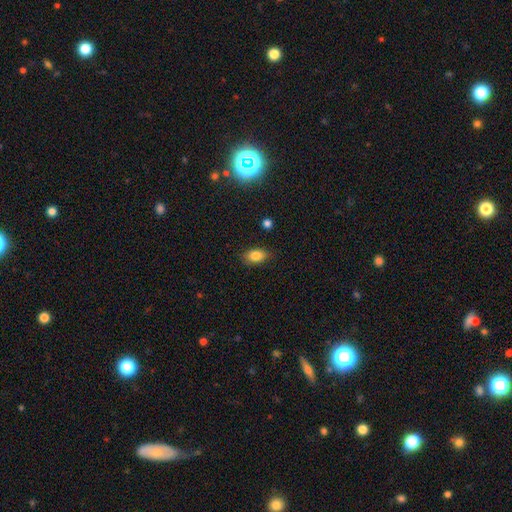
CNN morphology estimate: Smooth or featured?
  - smooth: 84% *
  - star or artifact: 9%
  - featured or disk: 7%
How rounded?
  - in between: 85% *
  - round: 12%
  - cigar-shaped: 2%
Merging?
  - none: 83% *
  - minor disturbance: 13%
  - major disturbance: 3%
  - merger: 1%